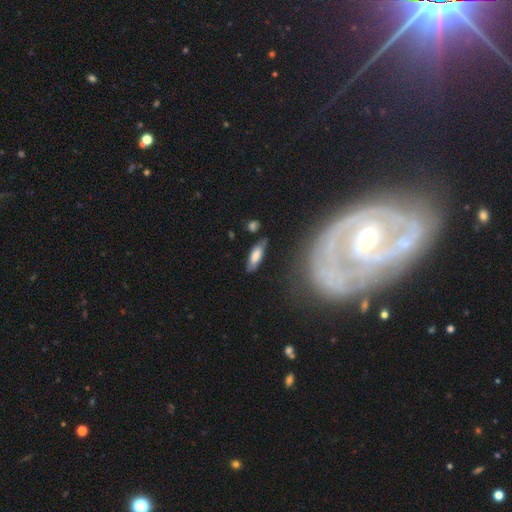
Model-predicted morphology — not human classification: Smooth or featured? smooth (70%)
How rounded? in between (57%)
Merging? none (73%)